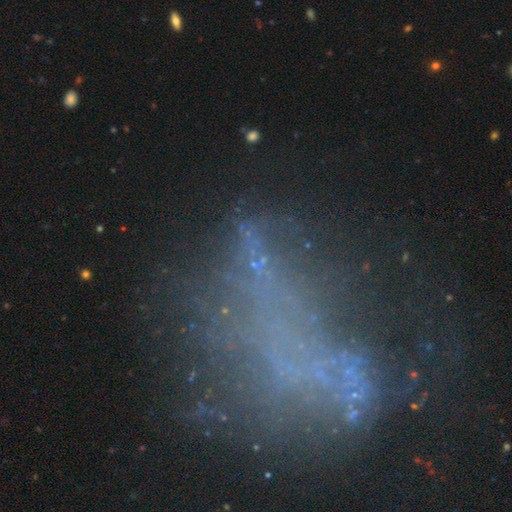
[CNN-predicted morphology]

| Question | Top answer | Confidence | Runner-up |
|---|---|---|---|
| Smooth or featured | star or artifact | 51% | featured or disk (32%) |